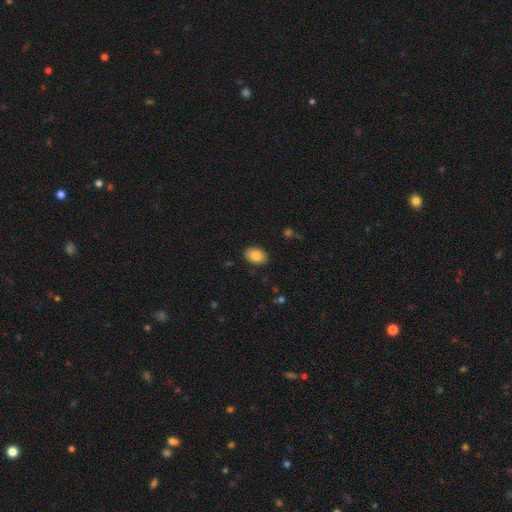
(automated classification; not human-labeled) Smooth or featured: smooth — 86% (star or artifact — 7%)
How rounded: in between — 82% (round — 17%)
Merging: none — 89% (minor disturbance — 8%)